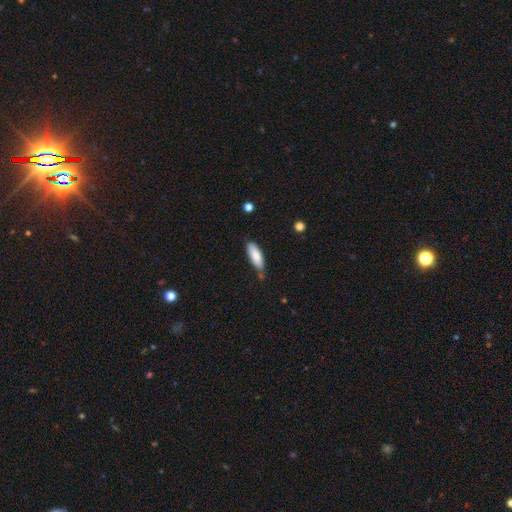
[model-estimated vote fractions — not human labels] A smooth galaxy with no disk features (83%) that is in between round and cigar-shaped (62%).

Vote fractions:
- Smooth or featured? smooth: 83% / featured or disk: 11% / star or artifact: 6%
- How rounded? in between: 62% / cigar-shaped: 36% / round: 2%
- Merging? none: 64% / minor disturbance: 27% / major disturbance: 4% / merger: 4%